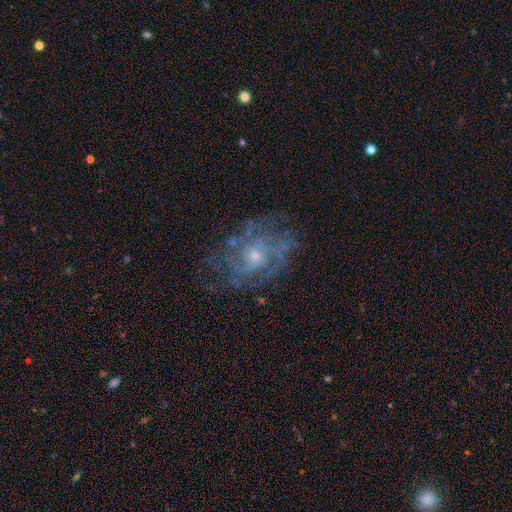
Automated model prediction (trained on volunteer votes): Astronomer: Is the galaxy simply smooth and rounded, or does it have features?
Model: featured or disk — 81%.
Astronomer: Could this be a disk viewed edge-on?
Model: no — 97%.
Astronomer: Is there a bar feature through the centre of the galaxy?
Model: no — 75%.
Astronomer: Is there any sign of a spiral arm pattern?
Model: yes — 89%.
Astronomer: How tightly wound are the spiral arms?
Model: tight — 49% (runner-up: medium, 38%).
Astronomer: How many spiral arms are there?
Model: can't tell — 40% (runner-up: 2, 18%).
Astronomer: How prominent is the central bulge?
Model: small — 65%.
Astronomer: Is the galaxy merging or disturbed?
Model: none — 71%.